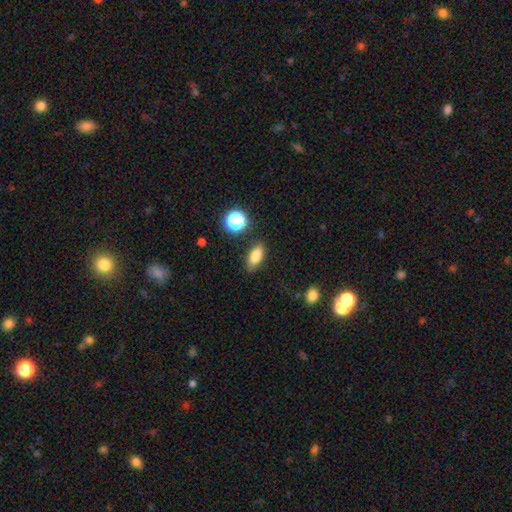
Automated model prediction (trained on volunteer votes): smooth_or_featured: smooth (p=0.77) [alt: featured or disk p=0.12]
how_rounded: in between (p=0.79) [alt: cigar-shaped p=0.13]
merging: none (p=0.83) [alt: minor disturbance p=0.12]